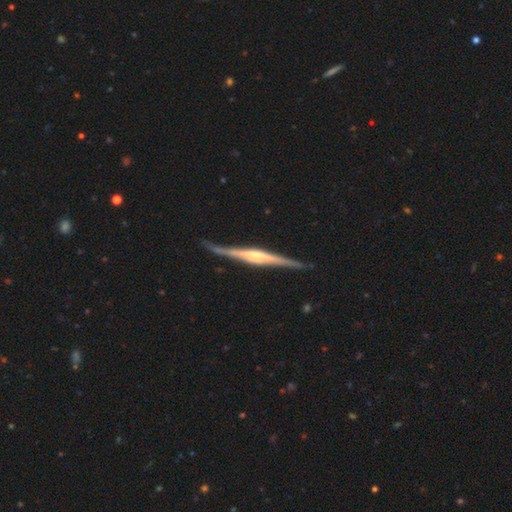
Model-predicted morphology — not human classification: The model was most divided on "edge-on bulge": rounded: 63%, boxy: 24%, none: 13%. More confident: edge-on disk — yes (98%); smooth or featured — featured or disk (87%); merging — none (87%).